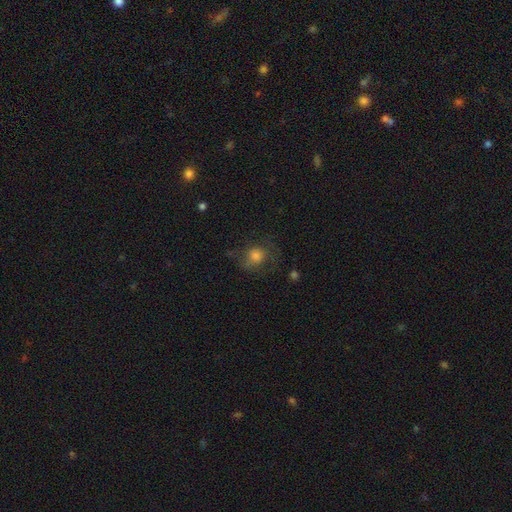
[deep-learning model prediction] smooth 65%, featured or disk 22%, star or artifact 14%. Down the decision tree: how rounded — round (78%); merging — none (57%).